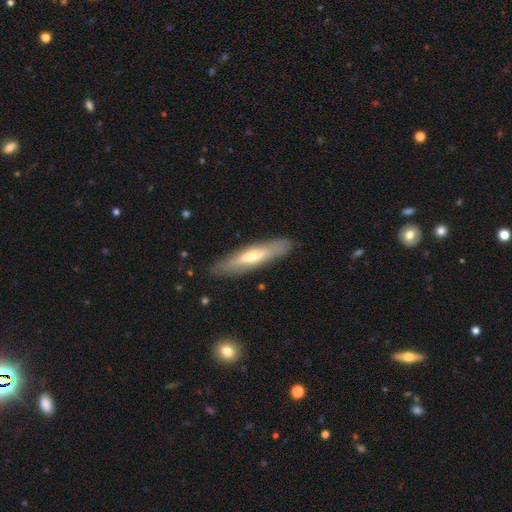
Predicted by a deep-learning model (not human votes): The model was most divided on "smooth or featured": featured or disk: 53%, smooth: 40%, star or artifact: 6%. More confident: merging — none (87%); edge-on disk — yes (68%).